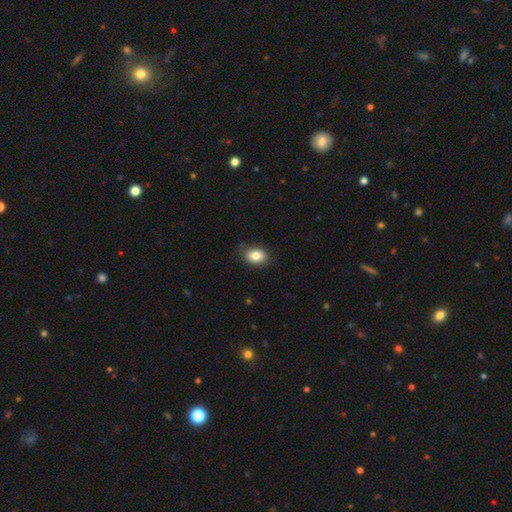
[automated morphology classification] Q: Smooth or featured?
A: smooth (83%); runner-up: star or artifact (9%)
Q: How rounded?
A: in between (77%); runner-up: round (21%)
Q: Merging?
A: none (76%); runner-up: minor disturbance (19%)